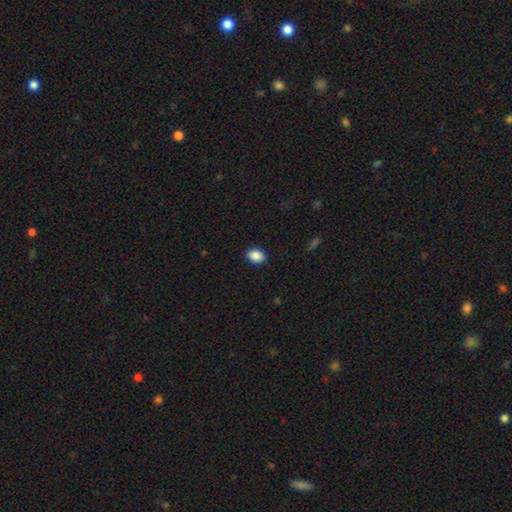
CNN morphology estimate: Smooth or featured? Predicted: smooth (p=0.89). How rounded? Predicted: in between (p=0.67). Merging? Predicted: none (p=0.89).